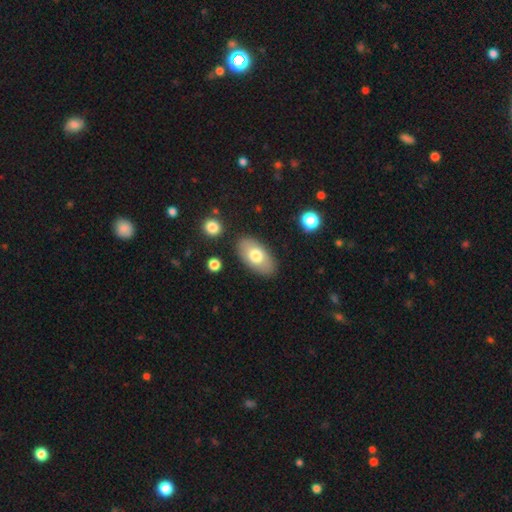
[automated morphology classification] A smooth galaxy with no disk features (72%) that is in between round and cigar-shaped (93%).

Vote fractions:
- Smooth or featured? smooth: 72% / featured or disk: 22% / star or artifact: 7%
- How rounded? in between: 93% / round: 4% / cigar-shaped: 2%
- Merging? none: 84% / minor disturbance: 11% / major disturbance: 3% / merger: 3%